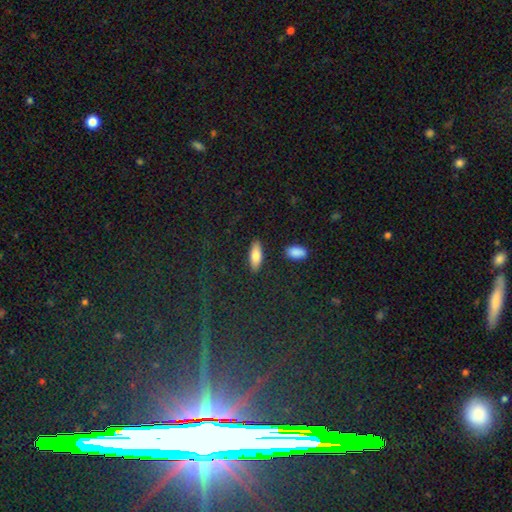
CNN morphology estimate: This appears to be a smooth galaxy with no disk features (80%) that is in between round and cigar-shaped (66%). Merging: none (87%).